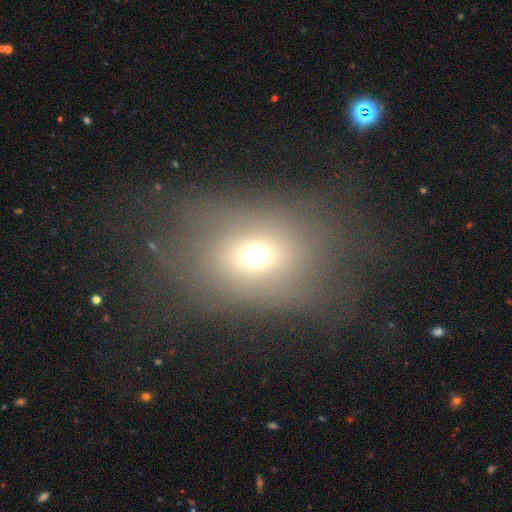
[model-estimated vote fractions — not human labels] A smooth galaxy with no disk features (63%) that is in between round and cigar-shaped (58%).

Vote fractions:
- Smooth or featured? smooth: 63% / featured or disk: 19% / star or artifact: 18%
- How rounded? in between: 58% / round: 40% / cigar-shaped: 2%
- Merging? none: 57% / minor disturbance: 21% / major disturbance: 20% / merger: 2%